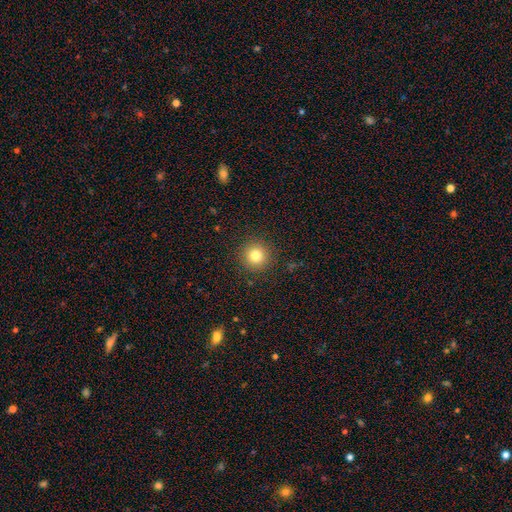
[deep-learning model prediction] Smooth or featured?
  - smooth: 80% *
  - star or artifact: 12%
  - featured or disk: 7%
How rounded?
  - round: 95% *
  - in between: 4%
  - cigar-shaped: 1%
Merging?
  - none: 91% *
  - minor disturbance: 6%
  - major disturbance: 2%
  - merger: 1%